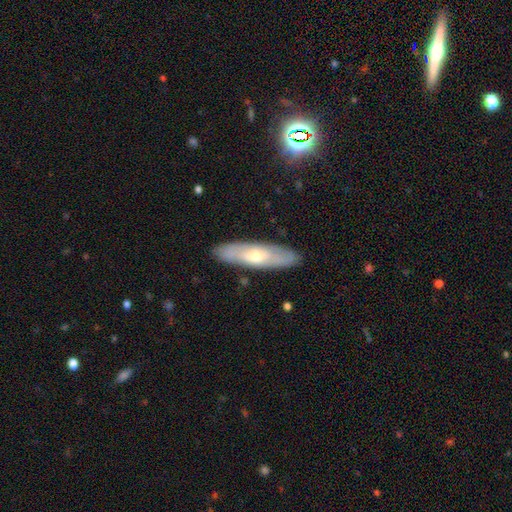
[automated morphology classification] Smooth or featured? featured or disk (52%)
Edge-on disk? no (53%)
Merging? none (87%)